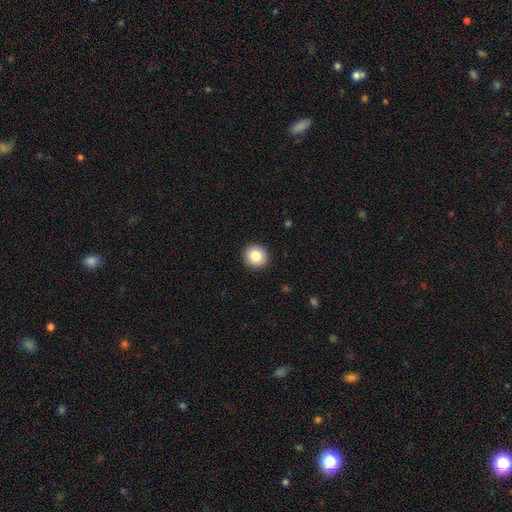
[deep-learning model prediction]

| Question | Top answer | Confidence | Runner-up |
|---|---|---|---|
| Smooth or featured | smooth | 84% | star or artifact (9%) |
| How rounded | round | 92% | in between (7%) |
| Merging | none | 93% | minor disturbance (5%) |